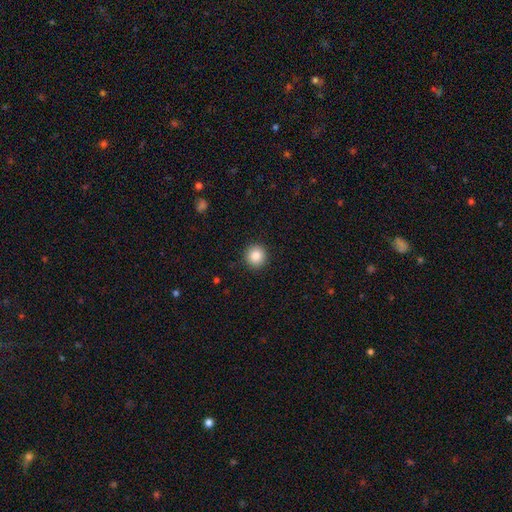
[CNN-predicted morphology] type=smooth (86%); roundness=round (93%); merging=none (92%).